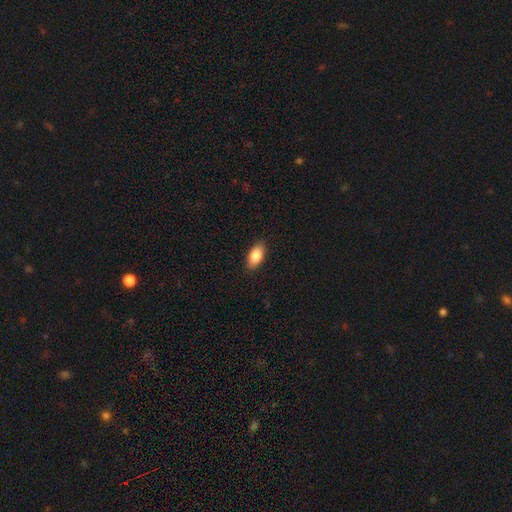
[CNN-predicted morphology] Smooth or featured? Predicted: smooth (p=0.83). How rounded? Predicted: in between (p=0.91). Merging? Predicted: none (p=0.89).